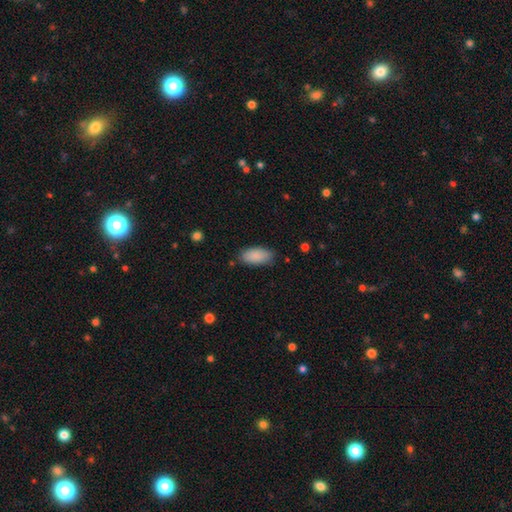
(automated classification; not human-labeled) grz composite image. It shows a smooth galaxy with no disk features (89%) that is in between round and cigar-shaped (92%). Merging: none (83%).